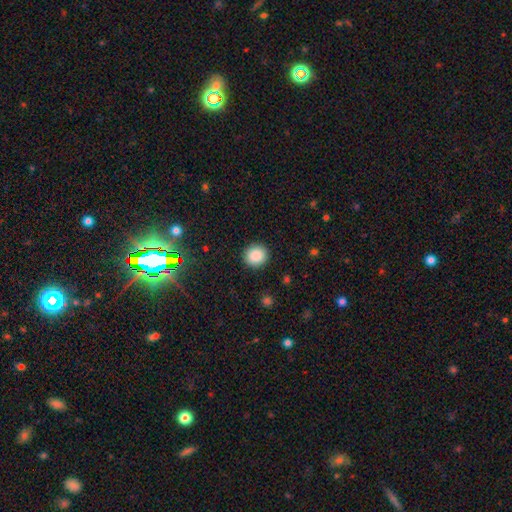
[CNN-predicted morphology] Overall: smooth (88%). How rounded: round (92%). Merging: none (91%).